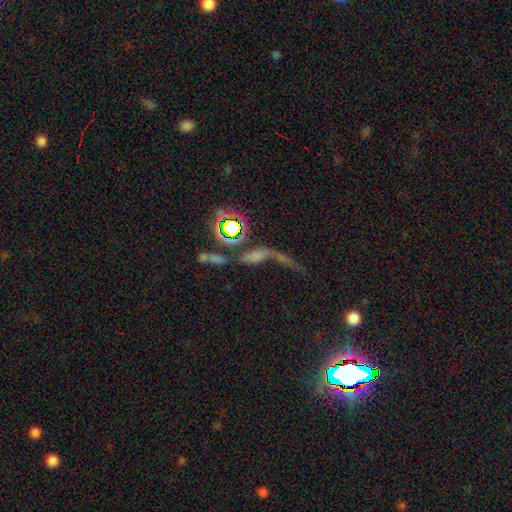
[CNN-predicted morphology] This appears to be a smooth galaxy with no disk features (38%). Merging: merger (33%).